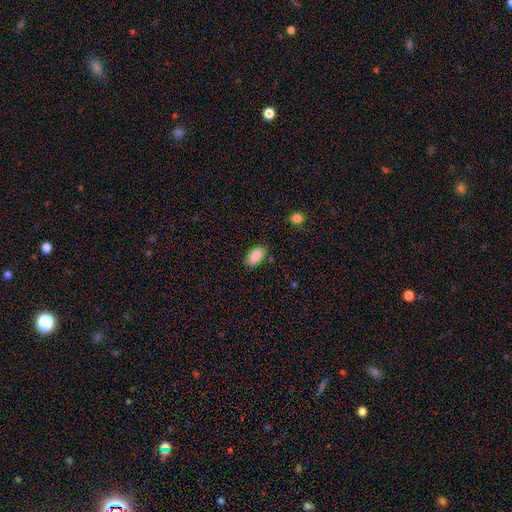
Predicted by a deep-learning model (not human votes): The model was most divided on "merging": none: 84%, minor disturbance: 12%, major disturbance: 2%, merger: 2%. More confident: how rounded — in between (93%); smooth or featured — smooth (86%).